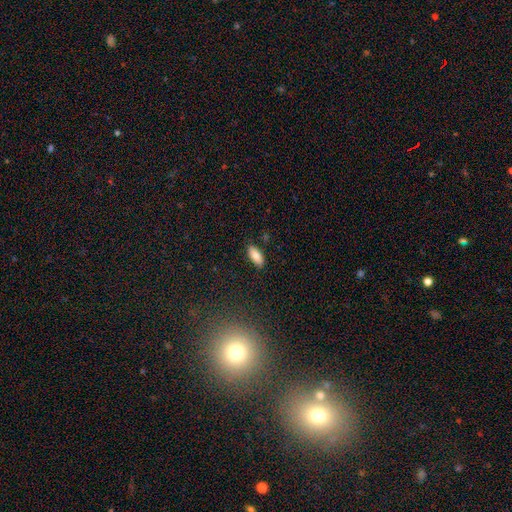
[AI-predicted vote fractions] Morphology: type=smooth (86%); roundness=in between (85%); merging=none (85%).